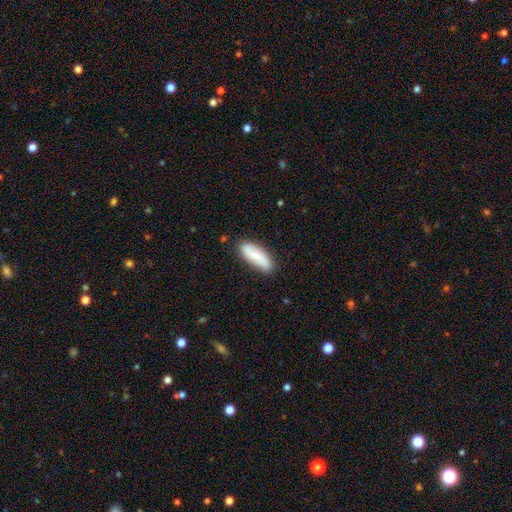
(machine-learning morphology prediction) Smooth or featured? Predicted: smooth (p=0.61). How rounded? Predicted: in between (p=0.62). Merging? Predicted: none (p=0.85).